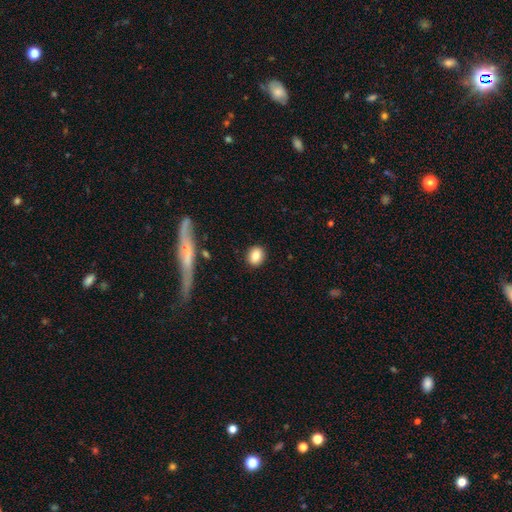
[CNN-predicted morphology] smooth_or_featured: smooth (p=0.83) [alt: star or artifact p=0.09]
how_rounded: round (p=0.58) [alt: in between p=0.40]
merging: none (p=0.88) [alt: minor disturbance p=0.08]